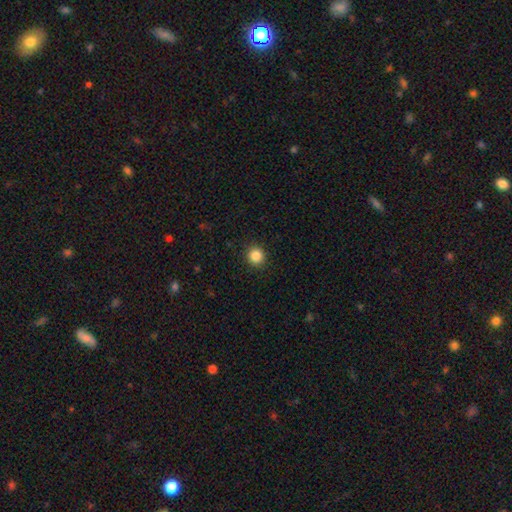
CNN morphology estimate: Overall: smooth (86%). How rounded: round (93%). Merging: none (92%).